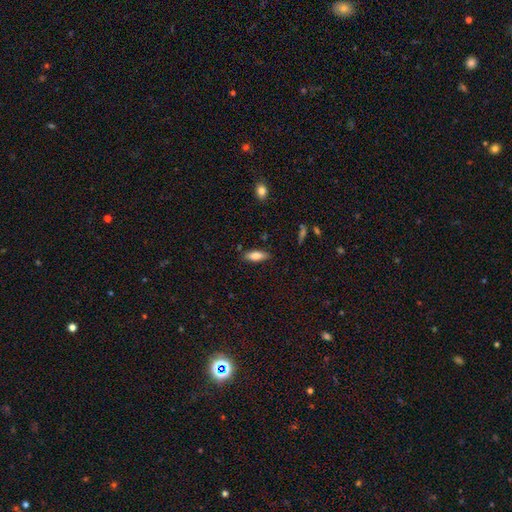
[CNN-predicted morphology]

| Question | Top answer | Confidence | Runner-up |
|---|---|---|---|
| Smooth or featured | smooth | 80% | featured or disk (13%) |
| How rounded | in between | 69% | cigar-shaped (29%) |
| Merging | none | 83% | minor disturbance (13%) |